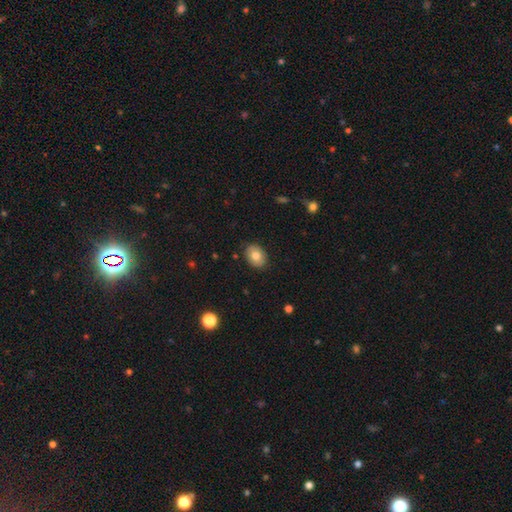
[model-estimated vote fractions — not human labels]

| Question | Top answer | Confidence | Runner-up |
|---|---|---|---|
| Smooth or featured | smooth | 77% | featured or disk (16%) |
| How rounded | in between | 69% | round (30%) |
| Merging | none | 87% | minor disturbance (10%) |